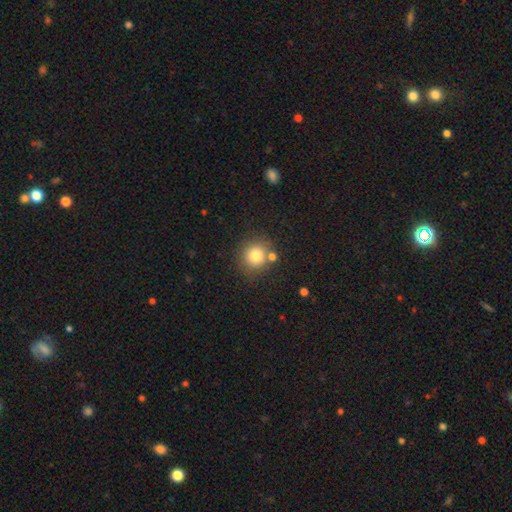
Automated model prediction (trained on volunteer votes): A smooth galaxy with no disk features (78%) that is round (91%).

Vote fractions:
- Smooth or featured? smooth: 78% / star or artifact: 13% / featured or disk: 9%
- How rounded? round: 91% / in between: 8% / cigar-shaped: 1%
- Merging? none: 77% / merger: 11% / minor disturbance: 9% / major disturbance: 3%